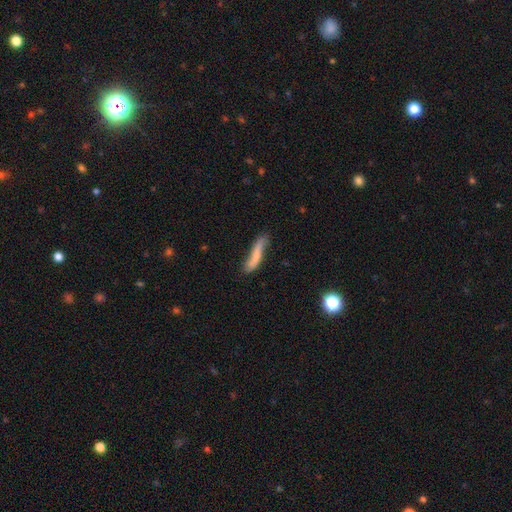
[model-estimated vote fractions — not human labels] smooth 67%, featured or disk 26%, star or artifact 7%. Down the decision tree: how rounded — cigar-shaped (85%); merging — none (54%).